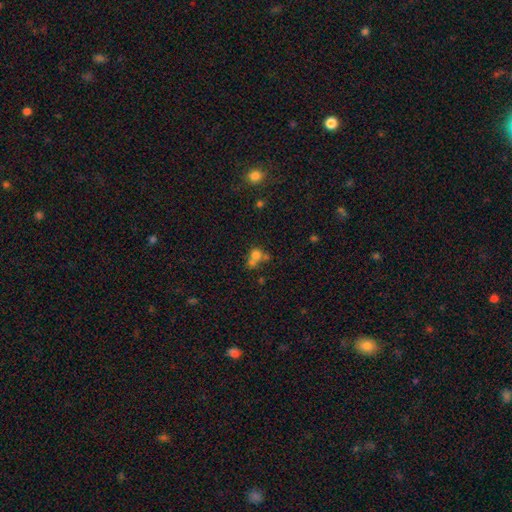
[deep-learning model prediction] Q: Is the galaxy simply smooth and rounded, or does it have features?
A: smooth — 67%.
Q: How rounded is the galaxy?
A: round — 74%.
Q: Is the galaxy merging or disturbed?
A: merger — 49%.